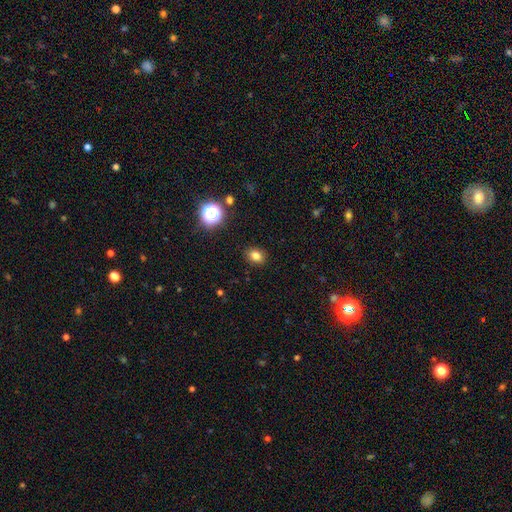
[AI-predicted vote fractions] smooth-or-featured: smooth: 79% | star or artifact: 15% | featured or disk: 7%
  how-rounded: in between: 54% | round: 45% | cigar-shaped: 1%
  merging: none: 88% | minor disturbance: 8% | major disturbance: 2% | merger: 1%